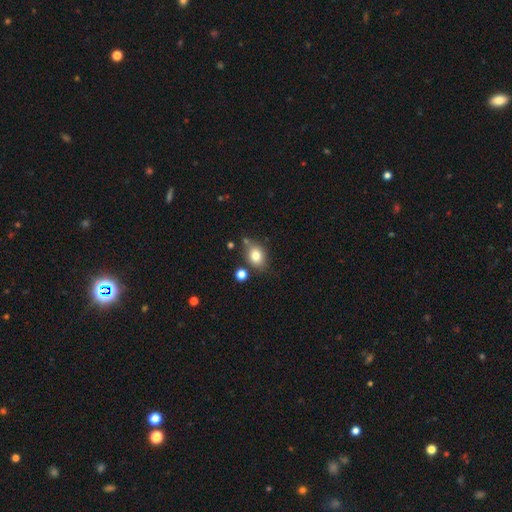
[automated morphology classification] type=smooth (80%); roundness=in between (62%); merging=none (70%).